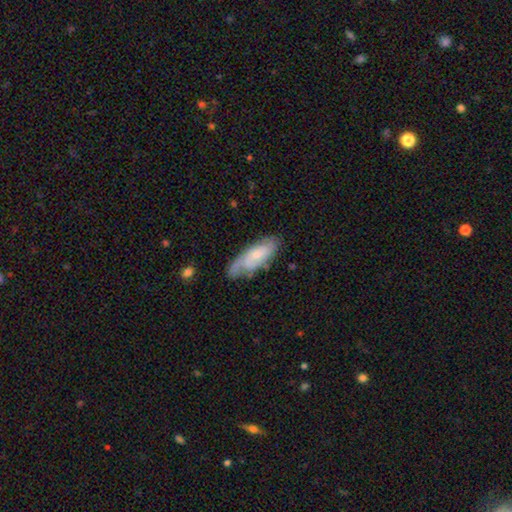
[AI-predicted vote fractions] Smooth or featured: featured or disk — 54% (smooth — 40%)
Edge-on disk: no — 86% (yes — 14%)
Merging: none — 61% (minor disturbance — 27%)